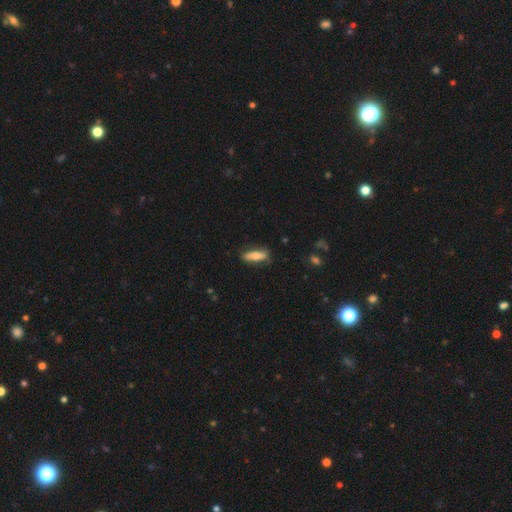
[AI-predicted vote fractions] Overall: smooth (62%; featured or disk 32%). How rounded: cigar-shaped (60%; in between 37%). Merging: none (81%).